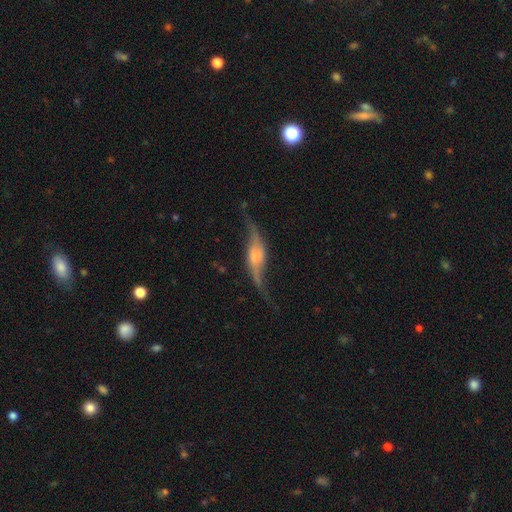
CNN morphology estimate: type=featured or disk (84%); edge-on=no (59%); merging=none (64%).